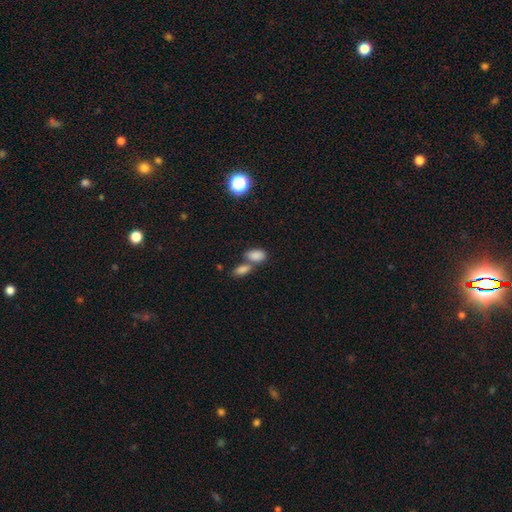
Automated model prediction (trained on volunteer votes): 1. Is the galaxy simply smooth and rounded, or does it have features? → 83% smooth, 10% star or artifact, 7% featured or disk.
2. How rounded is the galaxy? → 91% in between, 6% round, 3% cigar-shaped.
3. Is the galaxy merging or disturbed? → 54% merger, 34% none, 9% minor disturbance, 4% major disturbance.